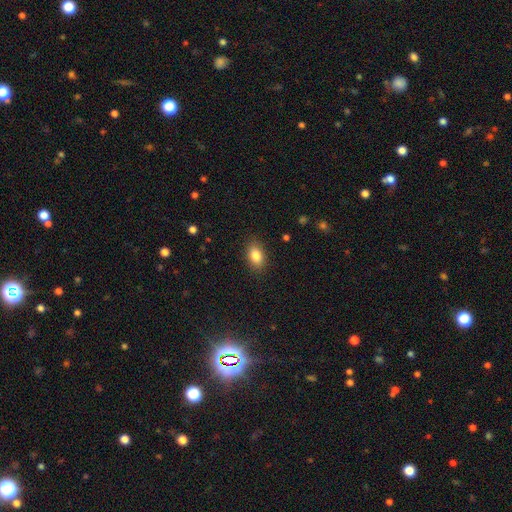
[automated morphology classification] Overall: smooth (84%). How rounded: in between (86%). Merging: none (87%).